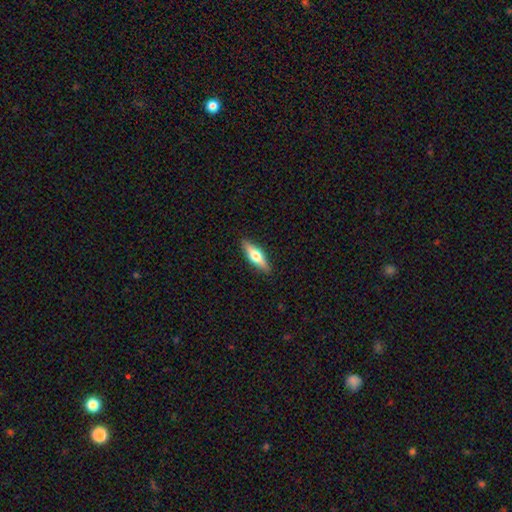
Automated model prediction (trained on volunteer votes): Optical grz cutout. It shows a featured or disk galaxy (48%). Merging: none (89%).